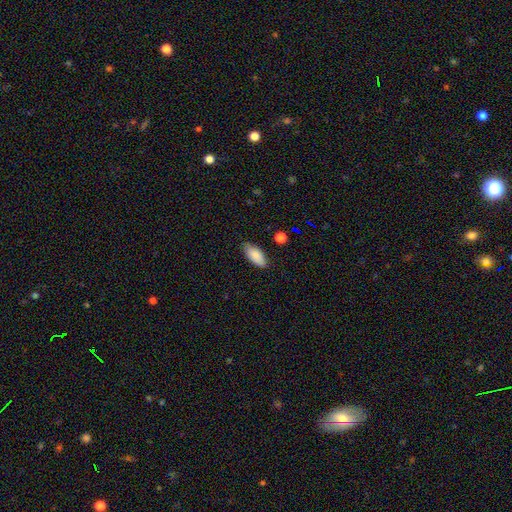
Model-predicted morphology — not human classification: This appears to be a smooth galaxy with no disk features (87%) that is in between round and cigar-shaped (89%). Merging: none (79%).